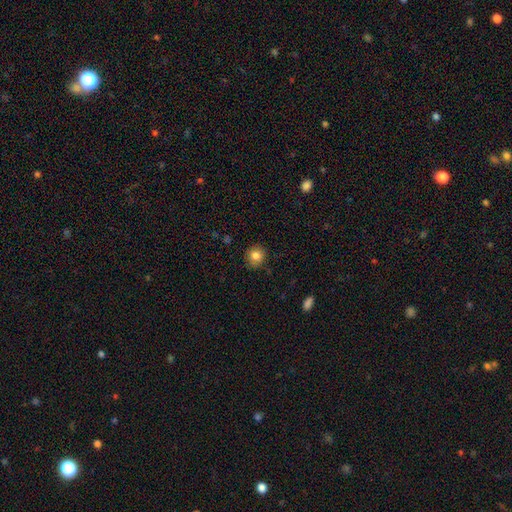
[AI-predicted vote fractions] smooth-or-featured: smooth: 84% | star or artifact: 10% | featured or disk: 6%
  how-rounded: round: 87% | in between: 12% | cigar-shaped: 1%
  merging: none: 86% | minor disturbance: 10% | major disturbance: 2% | merger: 1%